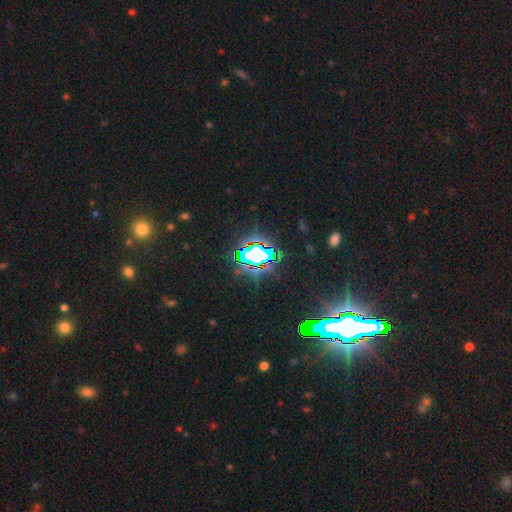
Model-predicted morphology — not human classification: Overall: star or artifact (70%).